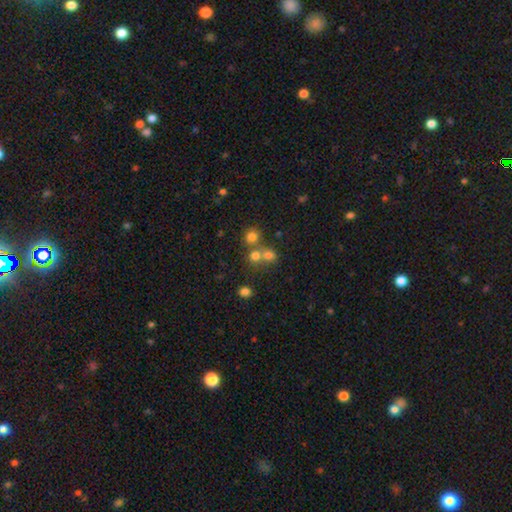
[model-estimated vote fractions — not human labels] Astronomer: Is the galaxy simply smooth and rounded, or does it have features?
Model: smooth — 69%.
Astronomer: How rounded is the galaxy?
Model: round — 82%.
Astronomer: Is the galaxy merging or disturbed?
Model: none — 49% (runner-up: merger, 41%).